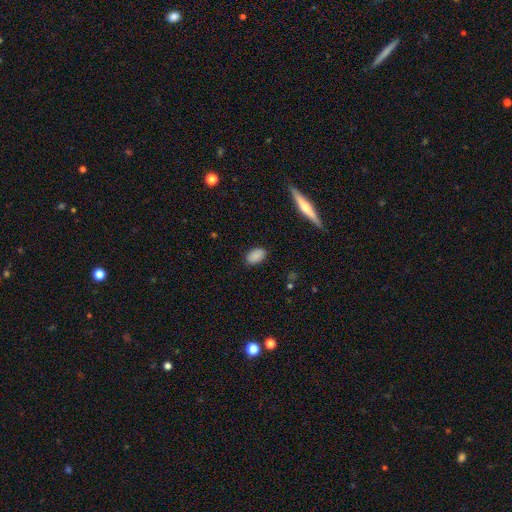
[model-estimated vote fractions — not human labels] Smooth or featured?
  - smooth: 86% *
  - star or artifact: 8%
  - featured or disk: 6%
How rounded?
  - in between: 92% *
  - round: 6%
  - cigar-shaped: 2%
Merging?
  - none: 83% *
  - minor disturbance: 13%
  - major disturbance: 3%
  - merger: 1%